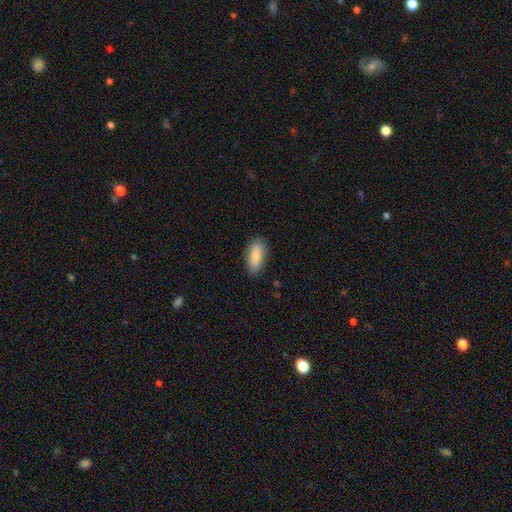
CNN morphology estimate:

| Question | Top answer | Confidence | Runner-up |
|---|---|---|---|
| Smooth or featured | smooth | 85% | featured or disk (9%) |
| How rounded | in between | 82% | cigar-shaped (16%) |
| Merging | none | 86% | minor disturbance (11%) |